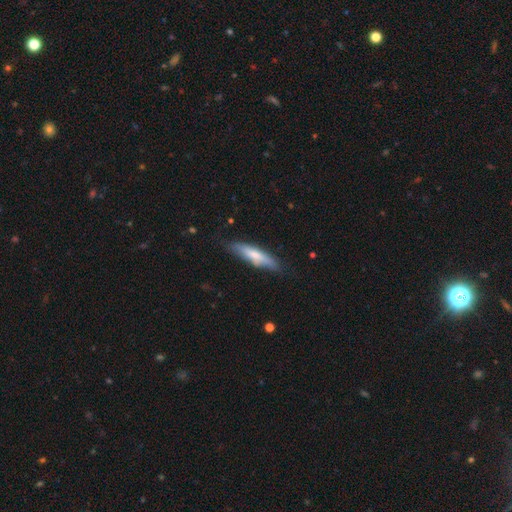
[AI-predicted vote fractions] This is likely a smooth galaxy (60%). How rounded: likely cigar-shaped (79%). Merging: likely none (78%).